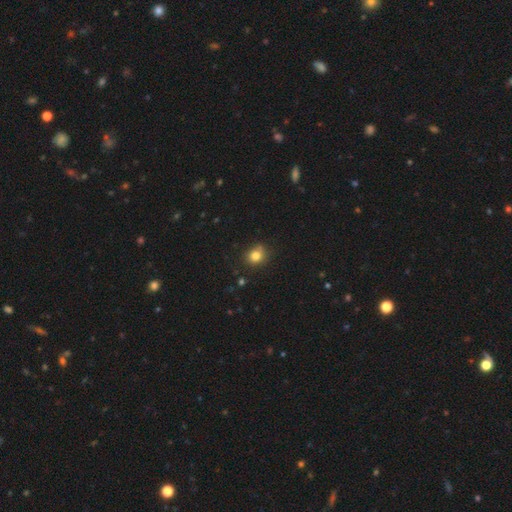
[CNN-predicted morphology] Q: Smooth or featured?
A: smooth (81%); runner-up: star or artifact (12%)
Q: How rounded?
A: round (73%); runner-up: in between (26%)
Q: Merging?
A: none (78%); runner-up: minor disturbance (17%)